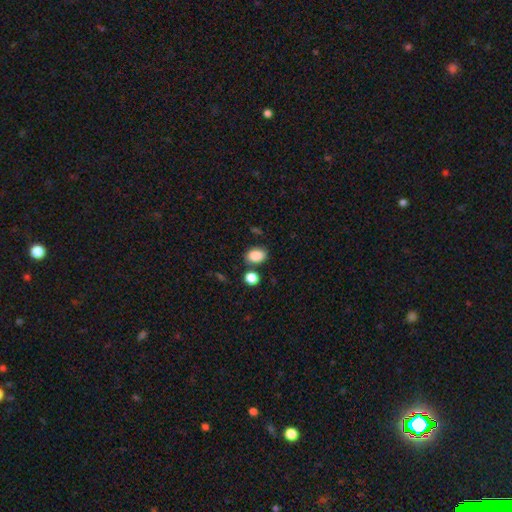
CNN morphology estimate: Q: Smooth or featured?
A: smooth (87%); runner-up: star or artifact (9%)
Q: How rounded?
A: in between (74%); runner-up: round (25%)
Q: Merging?
A: none (75%); runner-up: minor disturbance (12%)